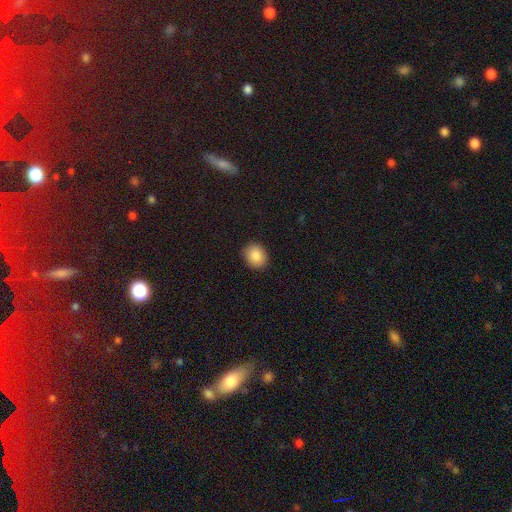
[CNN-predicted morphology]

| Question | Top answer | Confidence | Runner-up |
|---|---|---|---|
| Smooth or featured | smooth | 86% | star or artifact (9%) |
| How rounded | round | 70% | in between (29%) |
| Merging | none | 91% | minor disturbance (7%) |